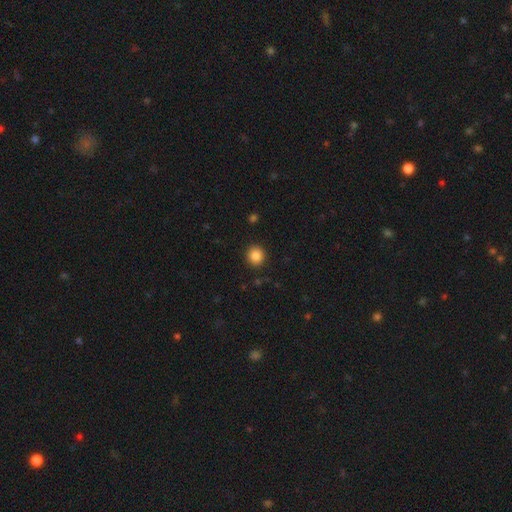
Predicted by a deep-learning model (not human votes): The model was most divided on "smooth or featured": smooth: 86%, star or artifact: 10%, featured or disk: 4%. More confident: merging — none (91%); how rounded — round (91%).